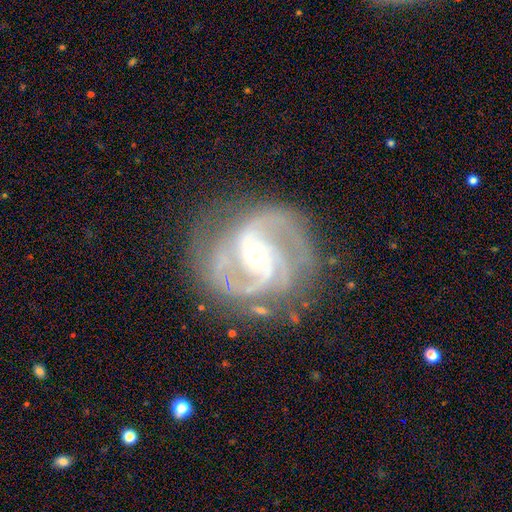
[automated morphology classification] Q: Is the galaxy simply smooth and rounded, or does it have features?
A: featured or disk — 92%.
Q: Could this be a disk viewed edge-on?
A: no — 98%.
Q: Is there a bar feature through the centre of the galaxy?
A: weak — 41%.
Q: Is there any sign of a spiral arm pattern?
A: yes — 98%.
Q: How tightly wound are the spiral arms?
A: medium — 53%.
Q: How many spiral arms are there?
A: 2 — 48%.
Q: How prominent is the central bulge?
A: small — 52%.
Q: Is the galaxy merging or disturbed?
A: none — 75%.